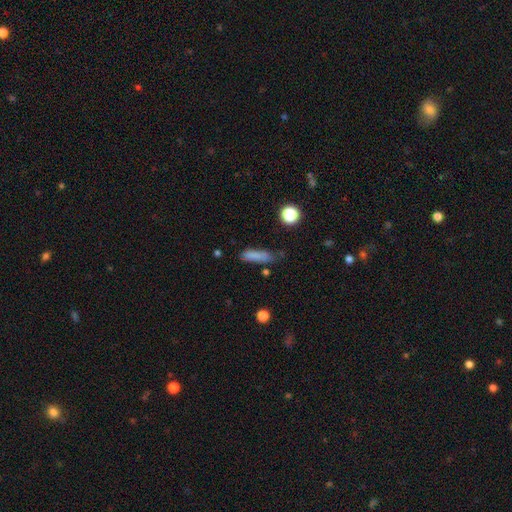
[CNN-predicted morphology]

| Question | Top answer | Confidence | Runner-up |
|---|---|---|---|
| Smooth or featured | smooth | 79% | featured or disk (11%) |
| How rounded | cigar-shaped | 58% | in between (38%) |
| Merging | none | 56% | minor disturbance (29%) |